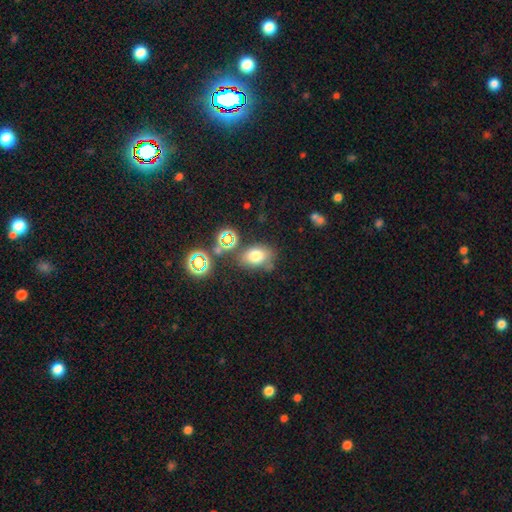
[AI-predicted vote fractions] Smooth or featured? Predicted: smooth (p=0.71). How rounded? Predicted: in between (p=0.70). Merging? Predicted: none (p=0.66).